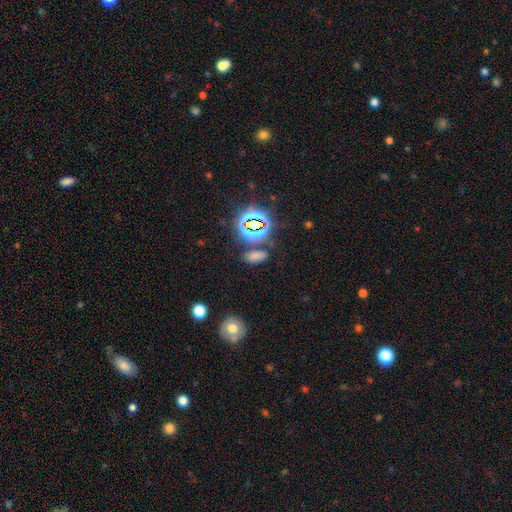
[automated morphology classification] Smooth or featured? smooth (59%)
How rounded? in between (84%)
Merging? none (75%)